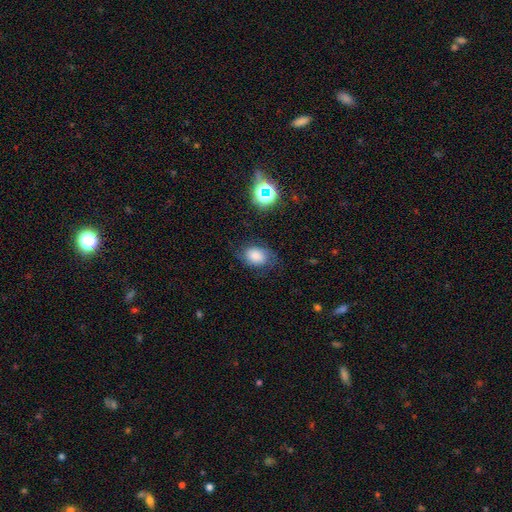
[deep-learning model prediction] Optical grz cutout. It shows a smooth galaxy with no disk features (68%) that is in between round and cigar-shaped (74%). Merging: none (65%).